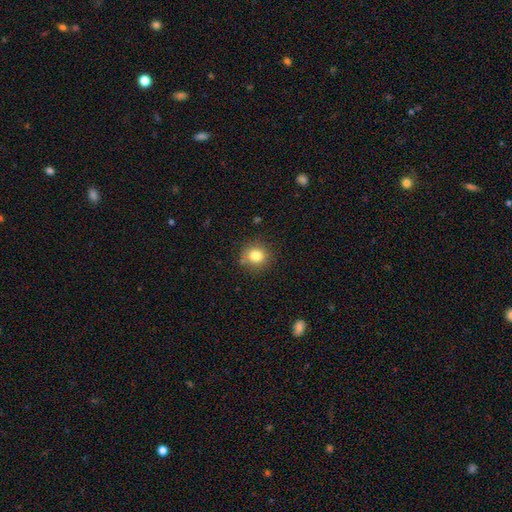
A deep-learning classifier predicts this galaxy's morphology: smooth 81%, star or artifact 11%, featured or disk 7%. Down the decision tree: how rounded — round (88%); merging — none (84%).